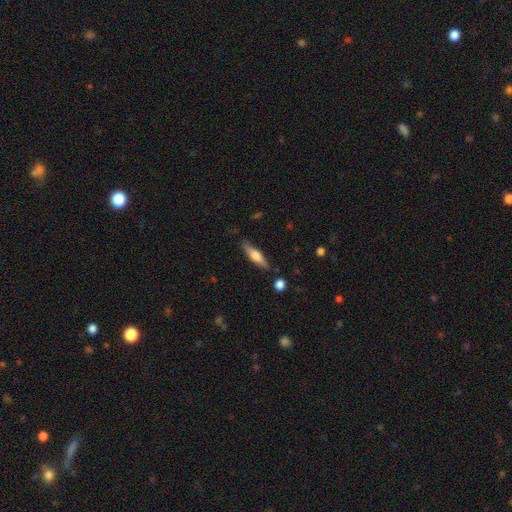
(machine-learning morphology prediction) Smooth or featured? smooth (49%)
Merging? none (84%)